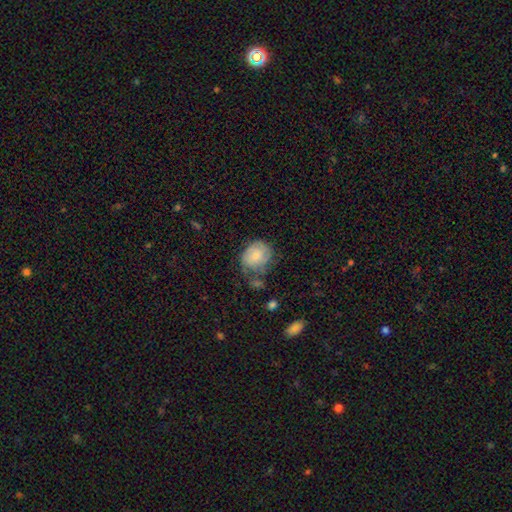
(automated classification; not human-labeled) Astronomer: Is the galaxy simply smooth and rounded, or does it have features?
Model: smooth — 53% (runner-up: featured or disk, 39%).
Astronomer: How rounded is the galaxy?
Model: round — 65%.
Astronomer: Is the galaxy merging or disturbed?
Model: none — 44% (runner-up: minor disturbance, 31%).